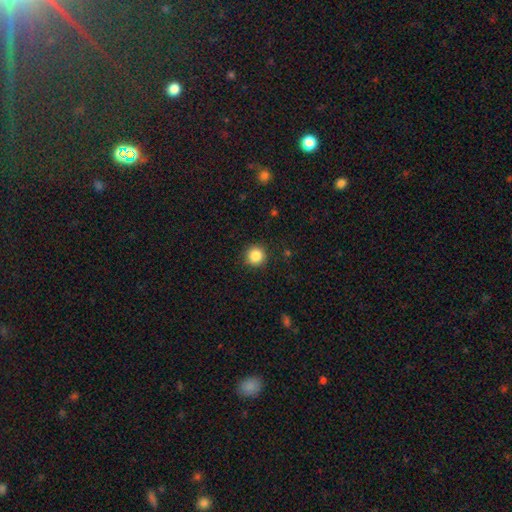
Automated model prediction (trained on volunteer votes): A smooth galaxy with no disk features (86%) that is round (95%).

Vote fractions:
- Smooth or featured? smooth: 86% / star or artifact: 10% / featured or disk: 4%
- How rounded? round: 95% / in between: 4% / cigar-shaped: 1%
- Merging? none: 90% / minor disturbance: 7% / major disturbance: 2% / merger: 1%